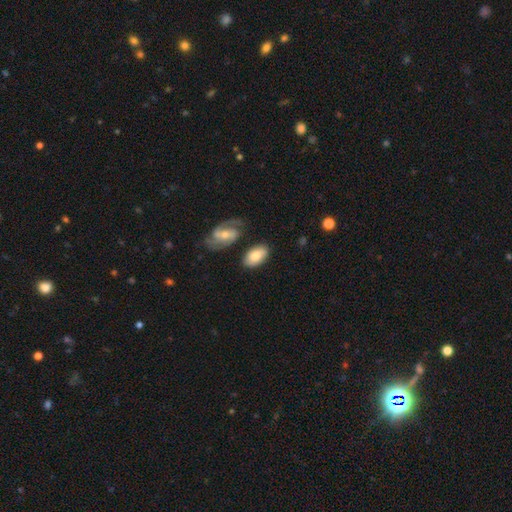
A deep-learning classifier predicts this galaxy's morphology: smooth 72%, featured or disk 22%, star or artifact 6%. Down the decision tree: how rounded — in between (93%); merging — none (72%).